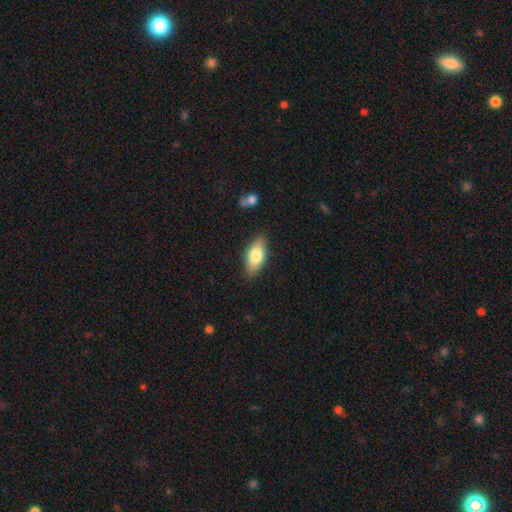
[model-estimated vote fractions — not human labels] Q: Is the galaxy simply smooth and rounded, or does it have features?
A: smooth — 74%.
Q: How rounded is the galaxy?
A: in between — 81%.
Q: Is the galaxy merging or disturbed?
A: none — 85%.